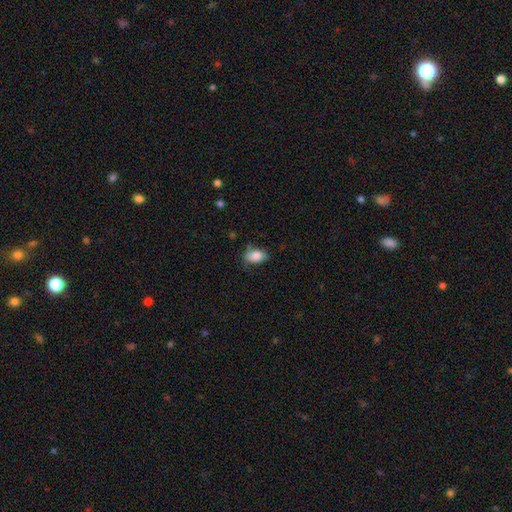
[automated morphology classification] A smooth galaxy with no disk features (85%) that is in between round and cigar-shaped (87%). Merging: none (63%).